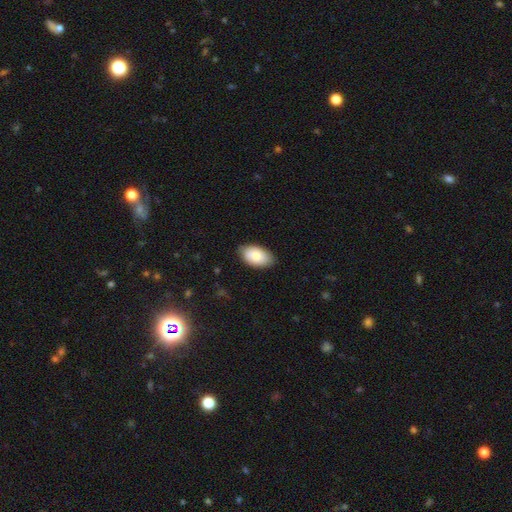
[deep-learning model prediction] This appears to be a smooth galaxy with no disk features (82%) that is in between round and cigar-shaped (94%). Merging: none (82%).